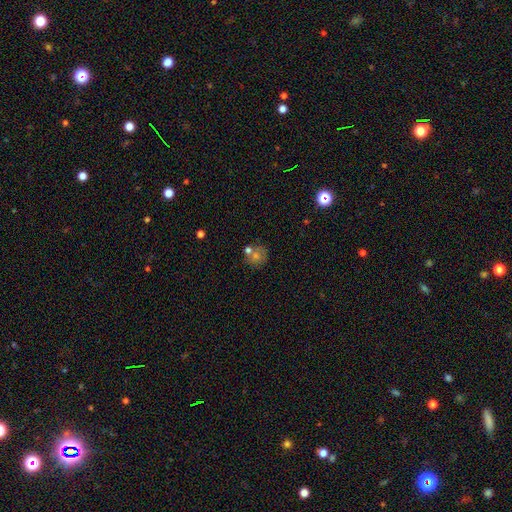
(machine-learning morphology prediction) This appears to be a smooth galaxy with no disk features (57%) that is round (85%). Merging: none (61%).